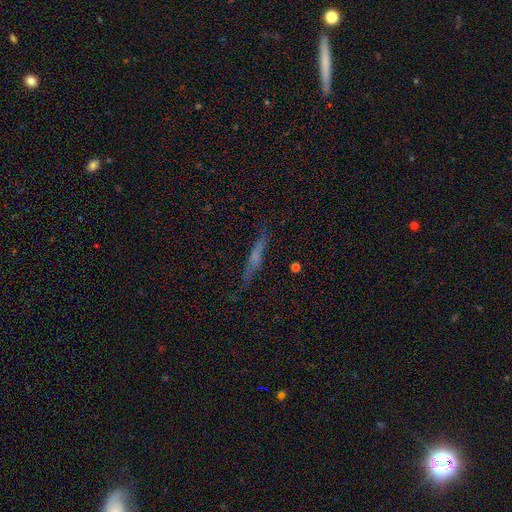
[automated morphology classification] smooth-or-featured: featured or disk: 51% | smooth: 39% | star or artifact: 10%
  disk-edge-on: yes: 94% | no: 6%
  merging: none: 84% | minor disturbance: 12% | major disturbance: 3% | merger: 2%